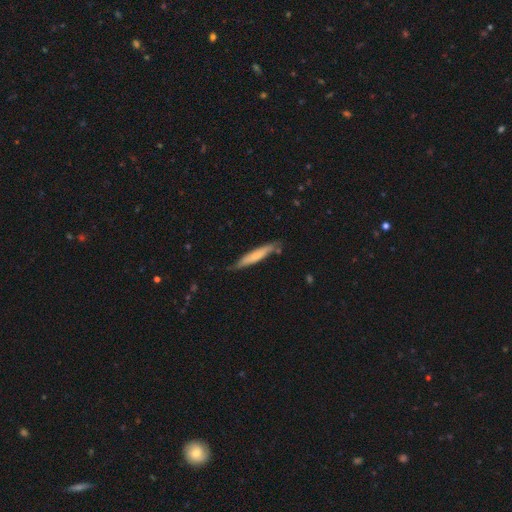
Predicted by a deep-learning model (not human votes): Smooth or featured? Predicted: smooth (p=0.65). How rounded? Predicted: cigar-shaped (p=0.92). Merging? Predicted: none (p=0.76).